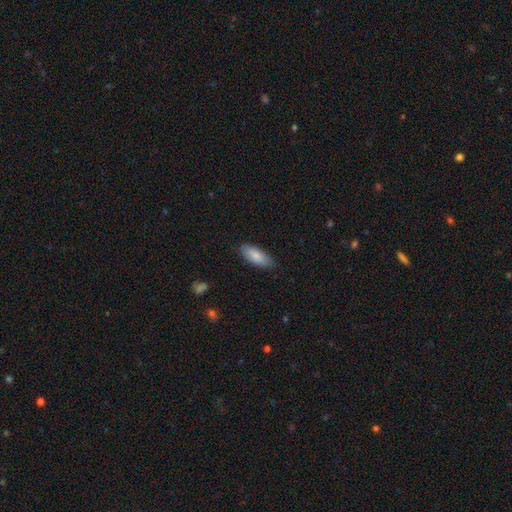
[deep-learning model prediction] A smooth galaxy with no disk features (85%) that is in between round and cigar-shaped (81%). Merging: none (83%).